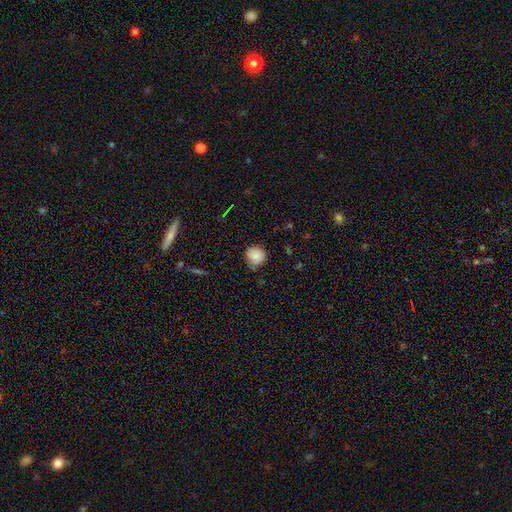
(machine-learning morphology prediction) This appears to be a smooth galaxy with no disk features (82%) that is round (90%). Merging: none (70%).